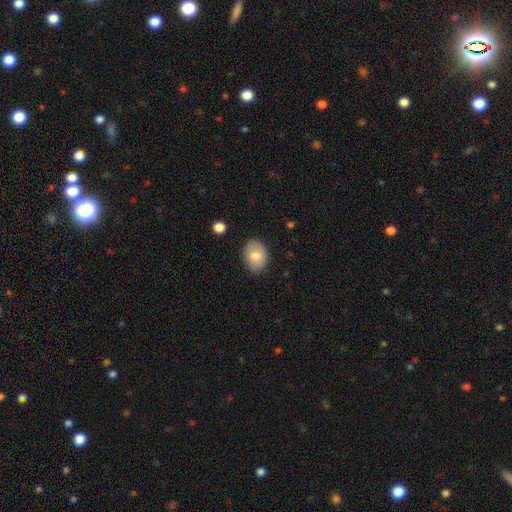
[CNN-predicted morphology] Smooth or featured? smooth (78%)
How rounded? in between (67%)
Merging? none (86%)